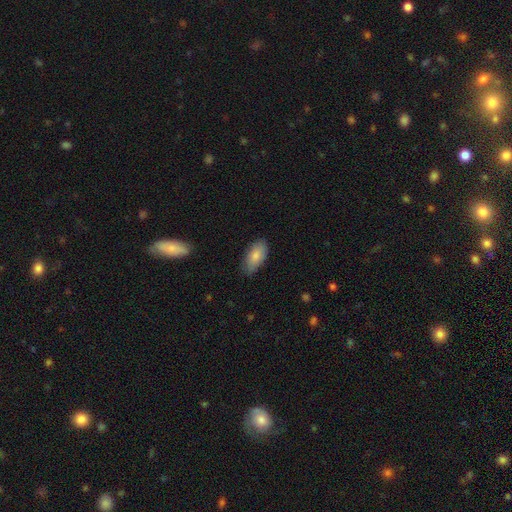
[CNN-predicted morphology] This is clearly a smooth galaxy (83%). How rounded: clearly in between (92%). Merging: likely none (76%).